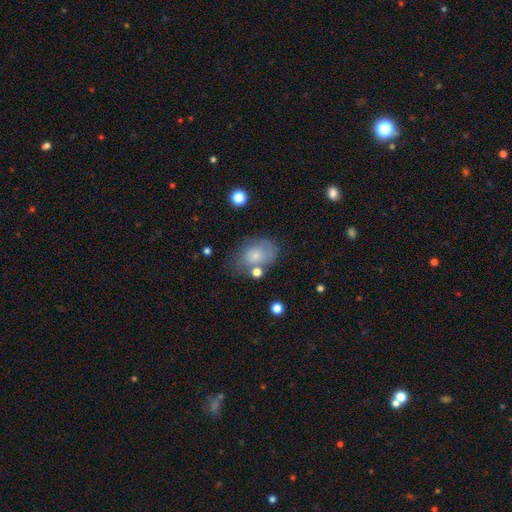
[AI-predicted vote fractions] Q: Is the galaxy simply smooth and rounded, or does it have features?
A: smooth — 70%.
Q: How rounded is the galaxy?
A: in between — 78%.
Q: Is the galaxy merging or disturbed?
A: none — 55%.